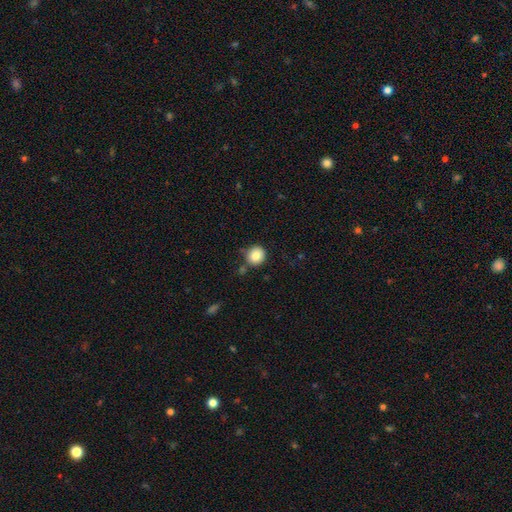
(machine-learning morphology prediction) A smooth galaxy with no disk features (83%) that is round (90%). Merging: none (80%).